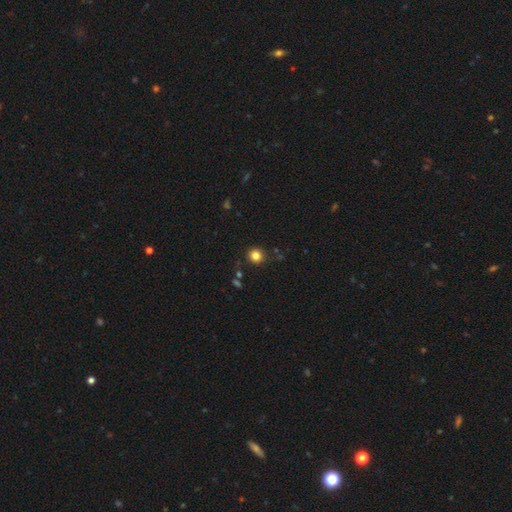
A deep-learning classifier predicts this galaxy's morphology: This appears to be a smooth galaxy with no disk features (82%) that is round (91%). Merging: none (88%).